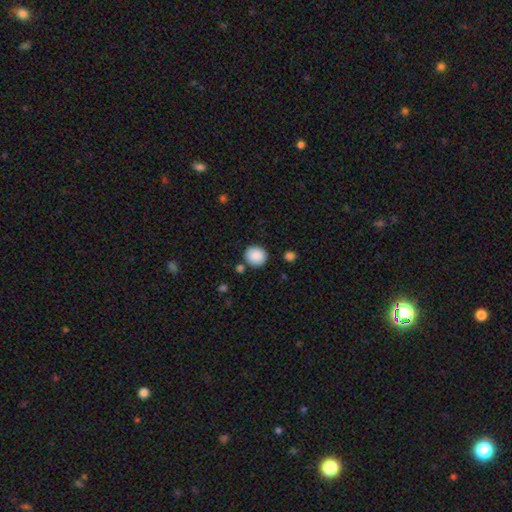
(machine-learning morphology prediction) Smooth or featured? smooth (89%)
How rounded? round (82%)
Merging? none (83%)